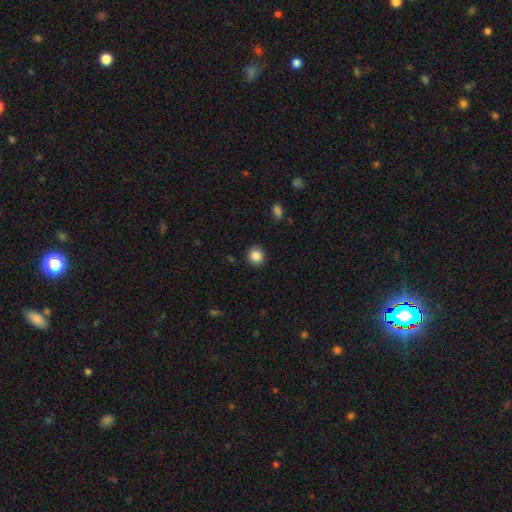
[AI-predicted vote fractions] This appears to be a smooth galaxy with no disk features (86%) that is round (90%). Merging: none (89%).